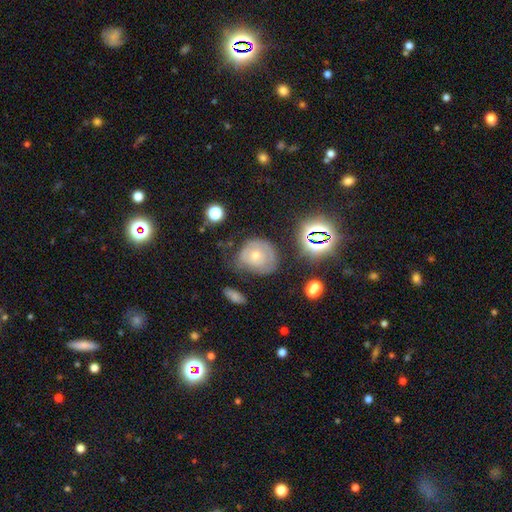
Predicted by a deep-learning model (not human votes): Q: Smooth or featured?
A: featured or disk (47%); runner-up: smooth (31%)
Q: Merging?
A: none (54%); runner-up: minor disturbance (29%)